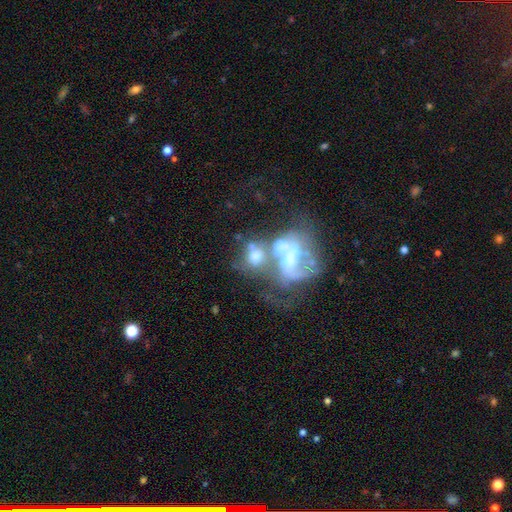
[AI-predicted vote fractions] Q: Smooth or featured?
A: featured or disk (50%); runner-up: smooth (33%)
Q: Merging?
A: merger (56%); runner-up: none (18%)